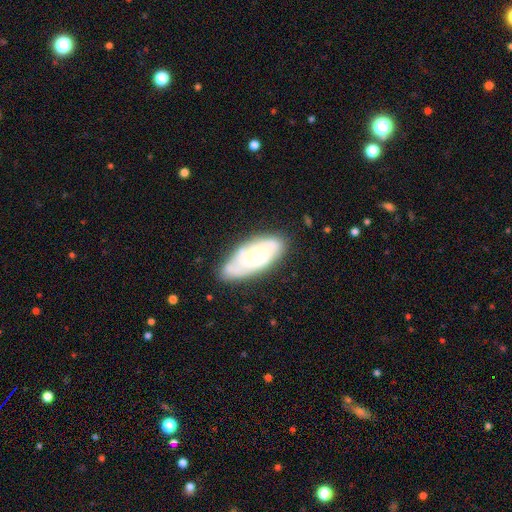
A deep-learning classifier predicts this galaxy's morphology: A featured or disk galaxy (63%) with no bar (80%), spiral arms (77%) and a moderate central bulge (50%).

Vote fractions:
- Smooth or featured? featured or disk: 63% / smooth: 31% / star or artifact: 6%
- Edge-on disk? no: 89% / yes: 11%
- Bar? no: 80% / weak: 17% / strong: 3%
- Spiral arms? yes: 77% / no: 23%
- Bulge size? moderate: 50% / small: 43% / large: 4% / none: 2% / dominant: 1%
- Merging? none: 69% / minor disturbance: 22% / major disturbance: 6% / merger: 3%